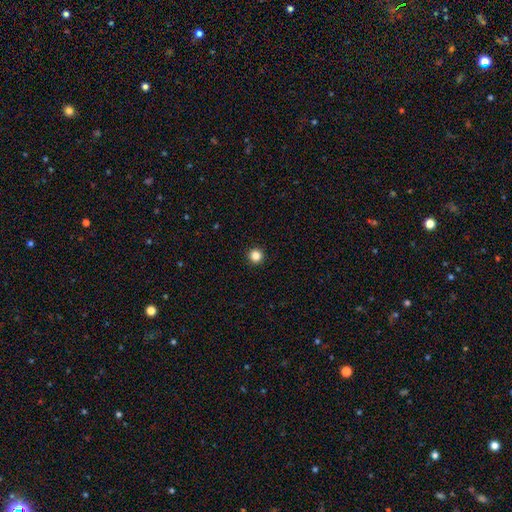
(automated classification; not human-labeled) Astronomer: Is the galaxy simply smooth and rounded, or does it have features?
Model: smooth — 85%.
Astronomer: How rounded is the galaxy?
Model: round — 96%.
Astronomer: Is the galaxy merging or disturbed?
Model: none — 94%.